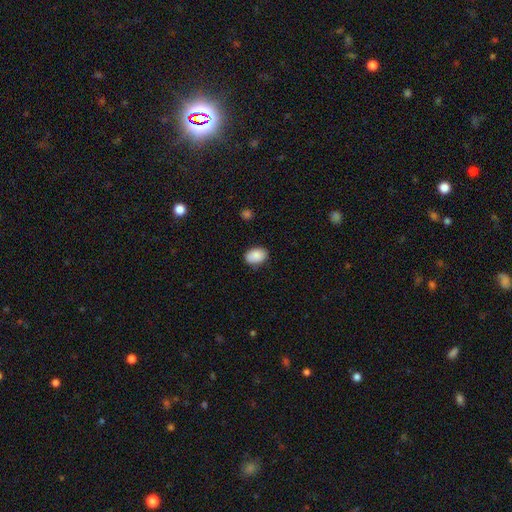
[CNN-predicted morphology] Overall: smooth (89%). How rounded: in between (85%). Merging: none (81%).